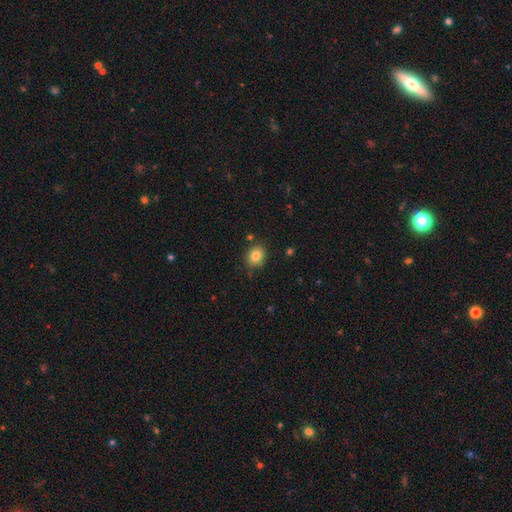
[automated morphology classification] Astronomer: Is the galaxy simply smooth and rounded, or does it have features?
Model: smooth — 83%.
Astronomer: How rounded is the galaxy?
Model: round — 61% (runner-up: in between, 38%).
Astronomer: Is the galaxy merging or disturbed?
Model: none — 83%.